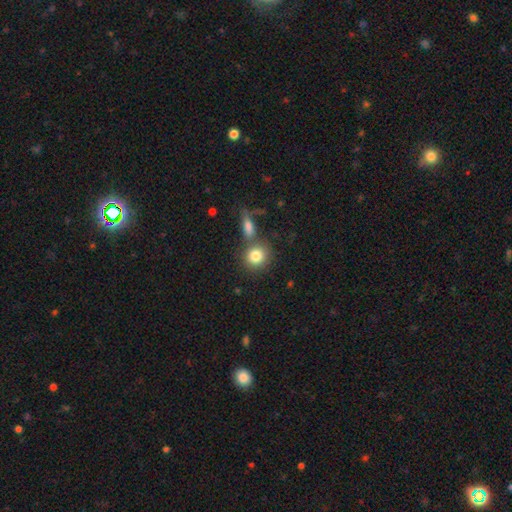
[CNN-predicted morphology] This is clearly a smooth galaxy (82%). How rounded: clearly round (83%). Merging: likely none (61%).